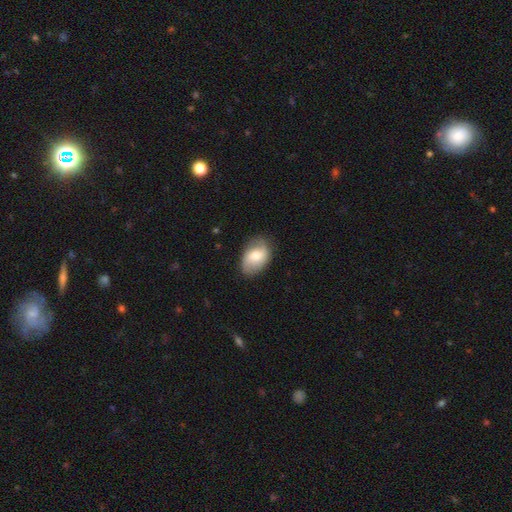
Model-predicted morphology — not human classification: This appears to be a smooth galaxy with no disk features (56%) that is in between round and cigar-shaped (85%). Merging: none (78%).